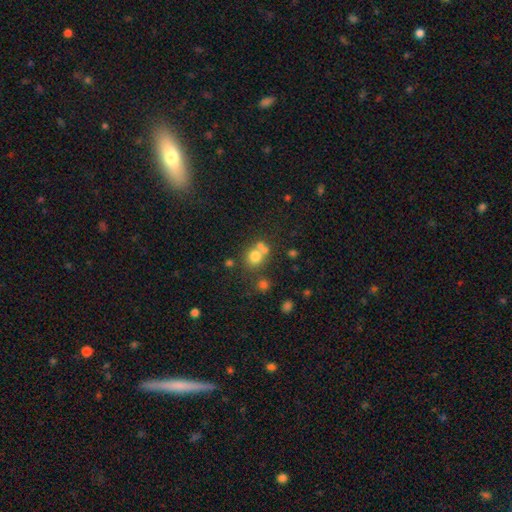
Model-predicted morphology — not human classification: smooth 71%, star or artifact 16%, featured or disk 13%. Down the decision tree: how rounded — round (81%); merging — none (49%).